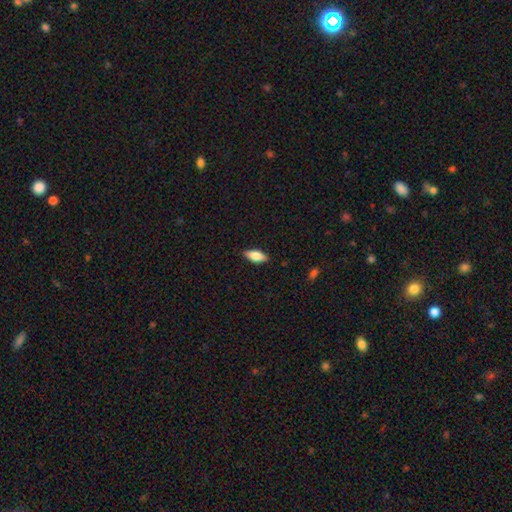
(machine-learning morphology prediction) smooth-or-featured: smooth: 77% | featured or disk: 17% | star or artifact: 6%
  how-rounded: in between: 80% | cigar-shaped: 18% | round: 2%
  merging: none: 87% | minor disturbance: 10% | major disturbance: 2% | merger: 1%